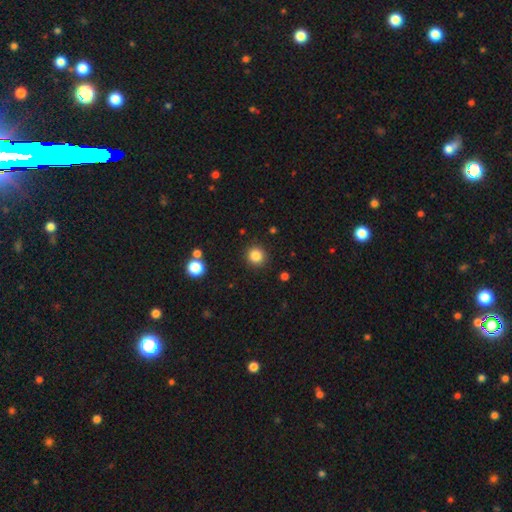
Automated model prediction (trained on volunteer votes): smooth 84%, star or artifact 11%, featured or disk 4%. Down the decision tree: how rounded — round (92%); merging — none (90%).